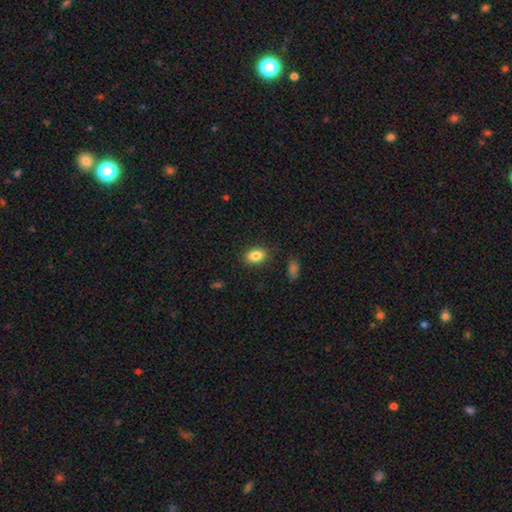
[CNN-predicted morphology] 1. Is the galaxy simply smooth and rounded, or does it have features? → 85% smooth, 9% star or artifact, 7% featured or disk.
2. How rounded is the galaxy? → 80% in between, 18% round, 1% cigar-shaped.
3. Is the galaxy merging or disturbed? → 86% none, 10% minor disturbance, 3% major disturbance, 1% merger.